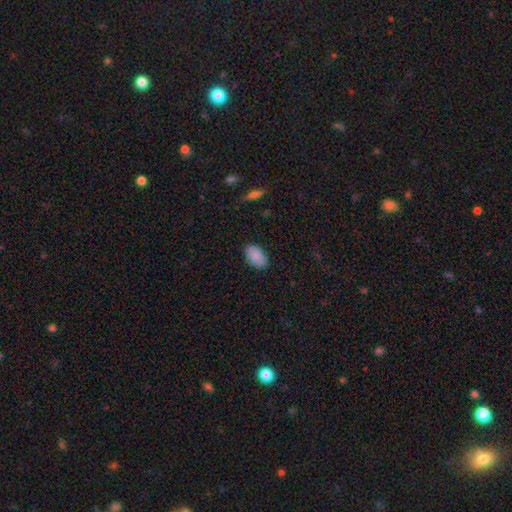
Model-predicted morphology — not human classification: Smooth or featured? smooth (88%)
How rounded? in between (92%)
Merging? none (84%)